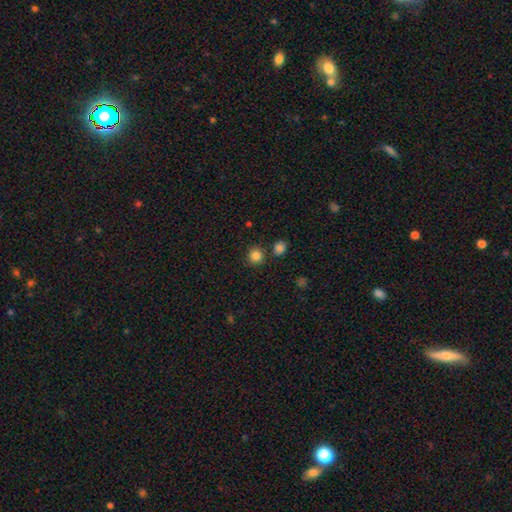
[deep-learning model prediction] smooth 84%, star or artifact 11%, featured or disk 4%. Down the decision tree: how rounded — round (91%); merging — none (82%).